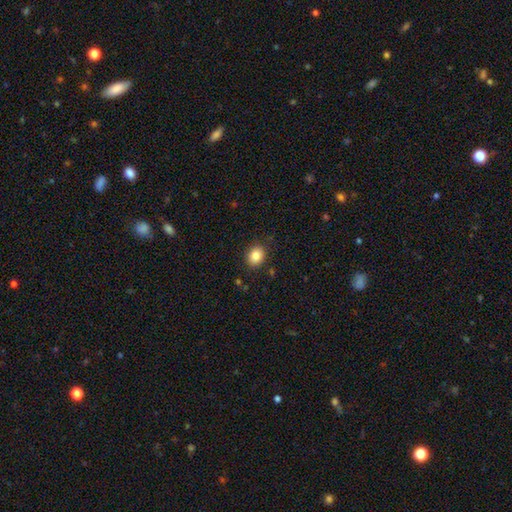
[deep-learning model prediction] smooth 85%, star or artifact 10%, featured or disk 6%. Down the decision tree: how rounded — round (54%); merging — none (87%).